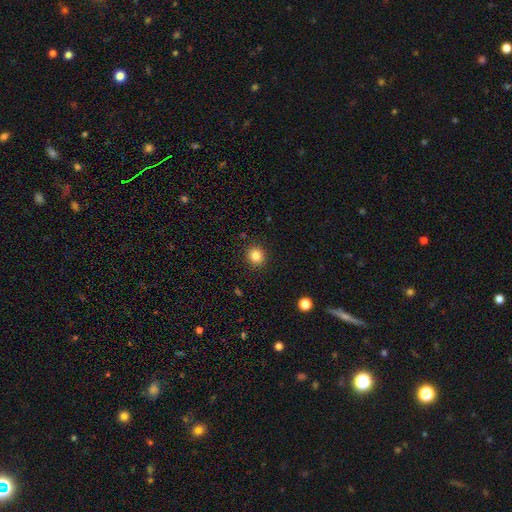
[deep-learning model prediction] A smooth galaxy with no disk features (84%) that is round (85%). Merging: none (91%).